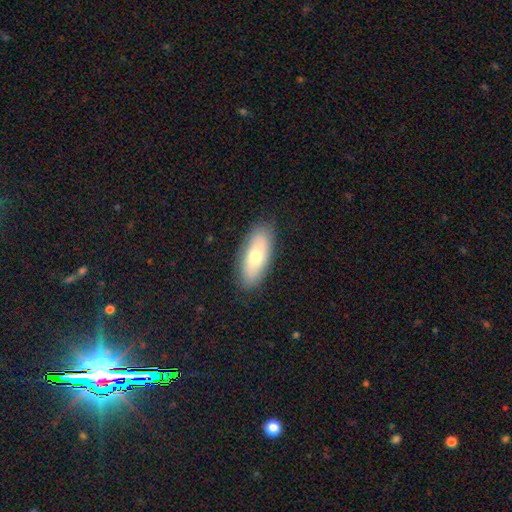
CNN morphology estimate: The model was most divided on "smooth or featured": smooth: 67%, featured or disk: 26%, star or artifact: 6%. More confident: merging — none (86%); how rounded — in between (78%).